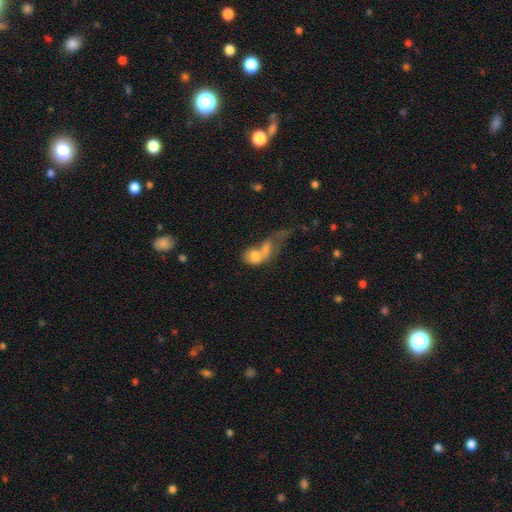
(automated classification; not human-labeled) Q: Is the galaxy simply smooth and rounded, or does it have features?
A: smooth — 63%.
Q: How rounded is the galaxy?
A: in between — 70%.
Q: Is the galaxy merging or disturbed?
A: merger — 62%.